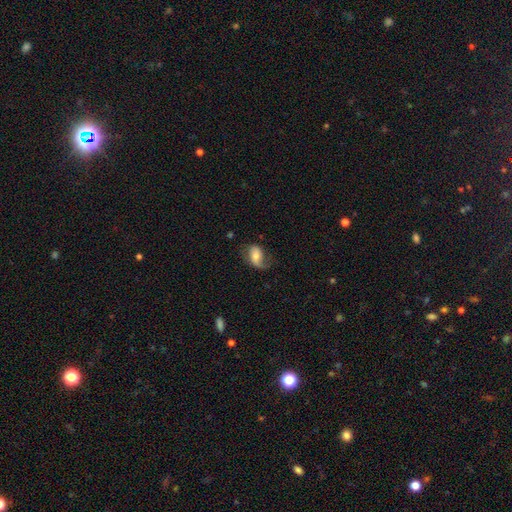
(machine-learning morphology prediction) Smooth or featured: featured or disk — 46% (tied with smooth — 46%)
Merging: none — 50% (minor disturbance — 28%)